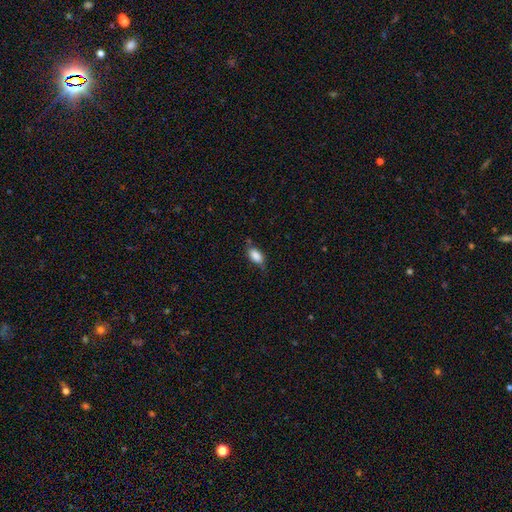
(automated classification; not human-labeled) Overall: smooth (86%). How rounded: in between (89%). Merging: none (62%; minor disturbance 29%).